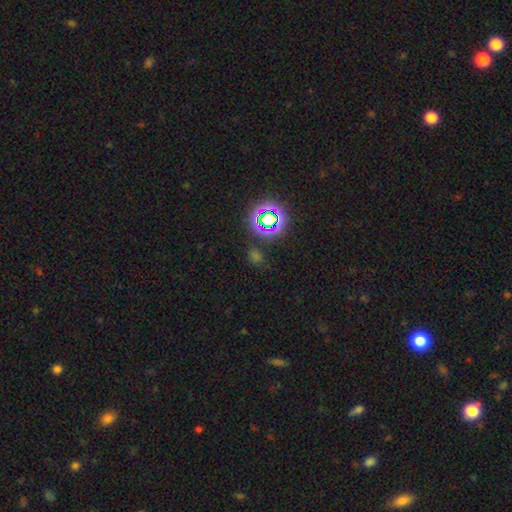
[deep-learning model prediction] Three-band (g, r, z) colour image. It shows a star or artifact, not a galaxy (61%).